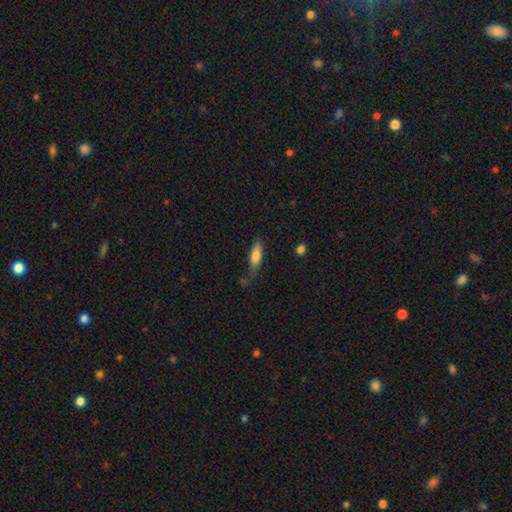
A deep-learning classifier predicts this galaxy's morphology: Q: Smooth or featured?
A: smooth (79%); runner-up: featured or disk (15%)
Q: How rounded?
A: in between (55%); runner-up: cigar-shaped (43%)
Q: Merging?
A: none (66%); runner-up: minor disturbance (23%)